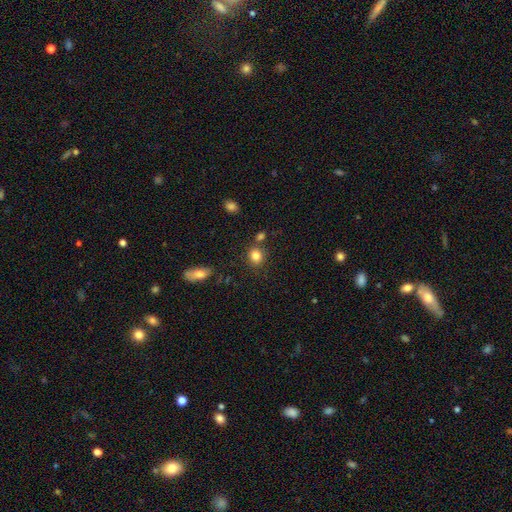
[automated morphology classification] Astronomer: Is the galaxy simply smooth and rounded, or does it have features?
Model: smooth — 84%.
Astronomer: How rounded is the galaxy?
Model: round — 71%.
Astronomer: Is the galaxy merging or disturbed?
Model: none — 76%.